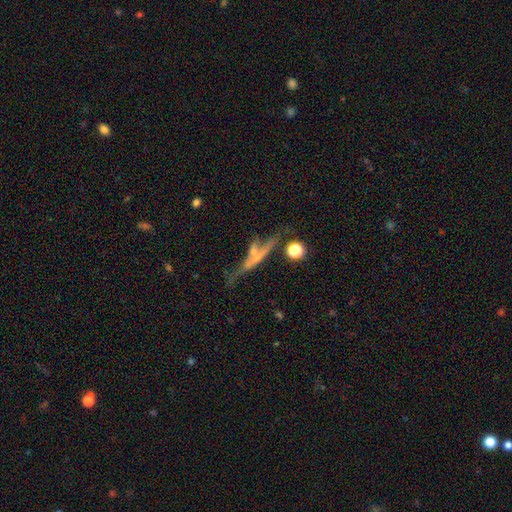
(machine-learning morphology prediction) Smooth or featured? featured or disk (57%)
Edge-on disk? yes (75%)
Merging? none (43%)